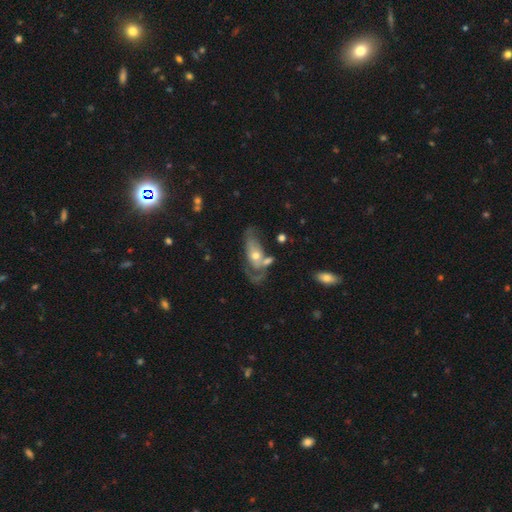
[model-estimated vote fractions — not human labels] Smooth or featured? featured or disk (64%)
Edge-on disk? no (88%)
Bar? no (78%)
Spiral arms? yes (65%)
Bulge size? moderate (59%)
Merging? none (30%)